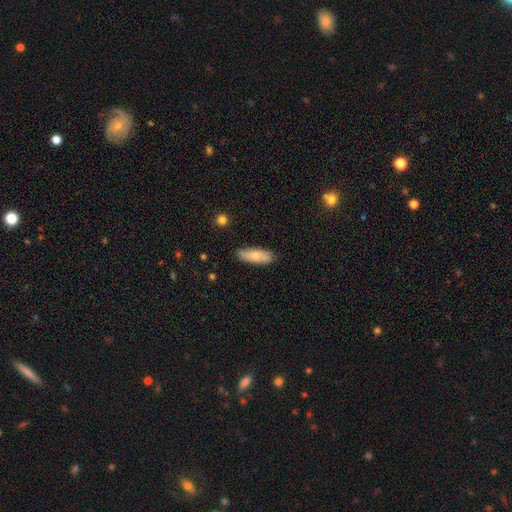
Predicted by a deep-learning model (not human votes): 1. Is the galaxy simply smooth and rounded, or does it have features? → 69% smooth, 25% featured or disk, 6% star or artifact.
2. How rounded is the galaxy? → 62% in between, 35% cigar-shaped, 2% round.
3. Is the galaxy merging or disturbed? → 83% none, 13% minor disturbance, 2% major disturbance, 1% merger.